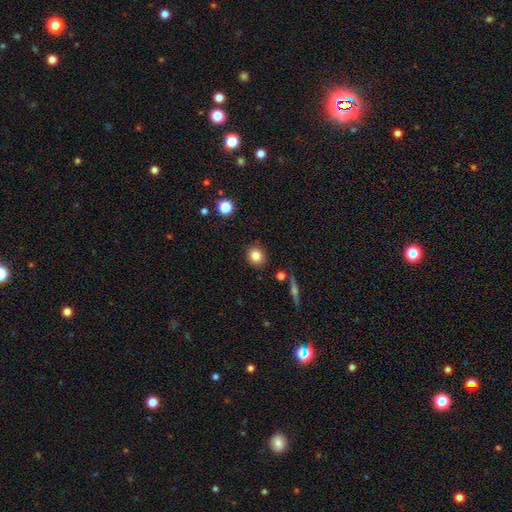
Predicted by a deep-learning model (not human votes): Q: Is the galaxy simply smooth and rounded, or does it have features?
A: smooth — 82%.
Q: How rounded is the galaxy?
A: round — 77%.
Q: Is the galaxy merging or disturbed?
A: none — 88%.